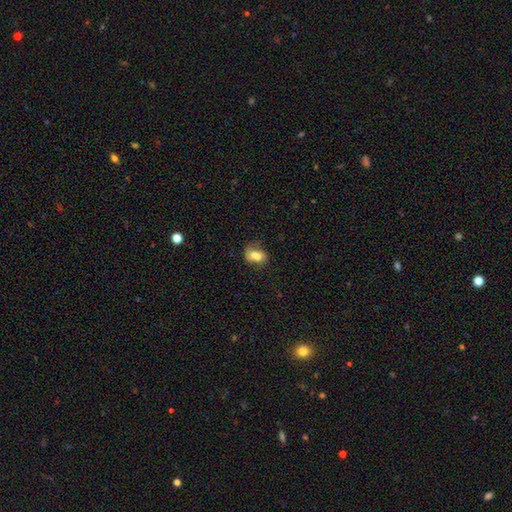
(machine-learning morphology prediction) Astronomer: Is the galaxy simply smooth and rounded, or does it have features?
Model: smooth — 62%.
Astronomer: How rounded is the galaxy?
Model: in between — 64%.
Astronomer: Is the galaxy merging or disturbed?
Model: merger — 50% (runner-up: none, 25%).